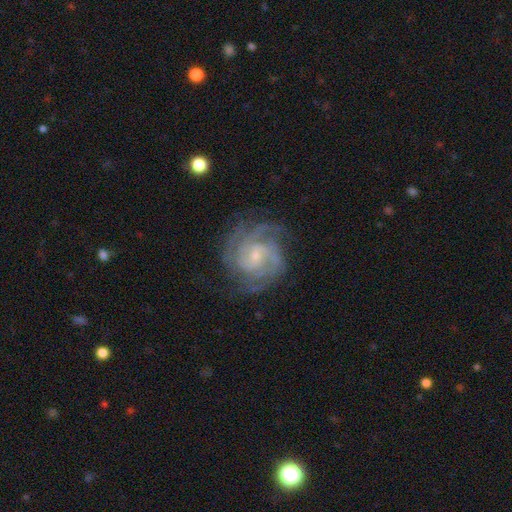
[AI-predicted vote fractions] Smooth or featured: featured or disk — 87% (smooth — 7%)
Edge-on disk: no — 98% (yes — 2%)
Bar: no — 57% (weak — 36%)
Spiral arms: yes — 97% (no — 3%)
Spiral winding: tight — 56% (medium — 37%)
Spiral arm count: 3 — 29% (can't tell — 22%)
Bulge size: small — 75% (moderate — 19%)
Merging: none — 72% (minor disturbance — 17%)